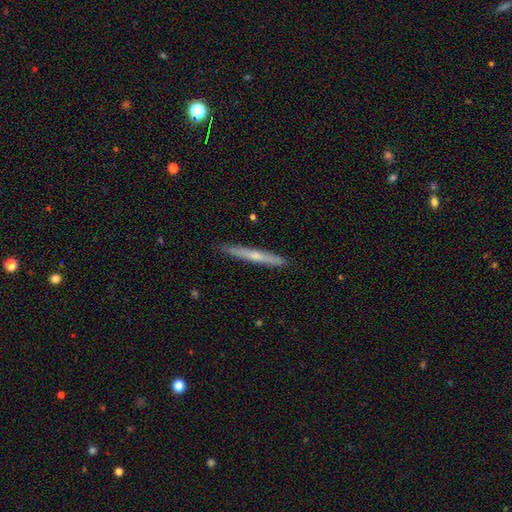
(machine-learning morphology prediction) A featured or disk galaxy (50%). Merging: none (90%).